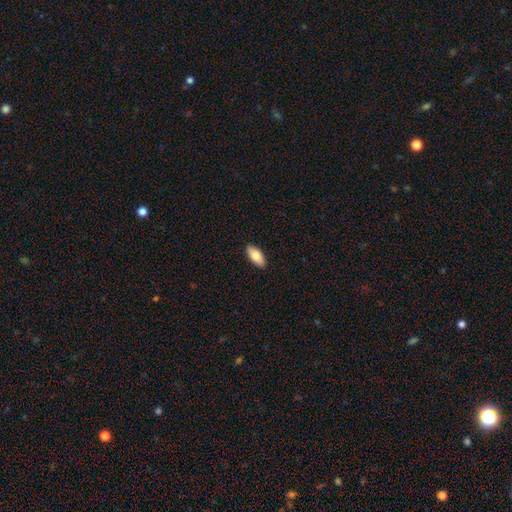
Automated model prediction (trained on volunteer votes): A smooth galaxy with no disk features (80%) that is in between round and cigar-shaped (87%). Merging: none (90%).